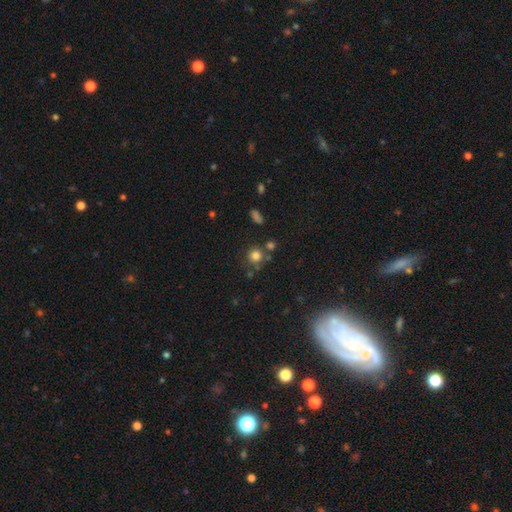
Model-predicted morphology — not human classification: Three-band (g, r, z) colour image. It shows a smooth galaxy with no disk features (79%) that is round (90%). Merging: none (70%).